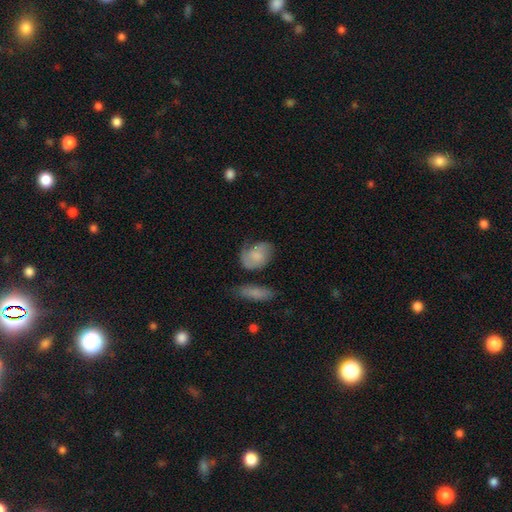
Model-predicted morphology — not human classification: Smooth or featured? smooth (64%)
How rounded? in between (72%)
Merging? none (46%)